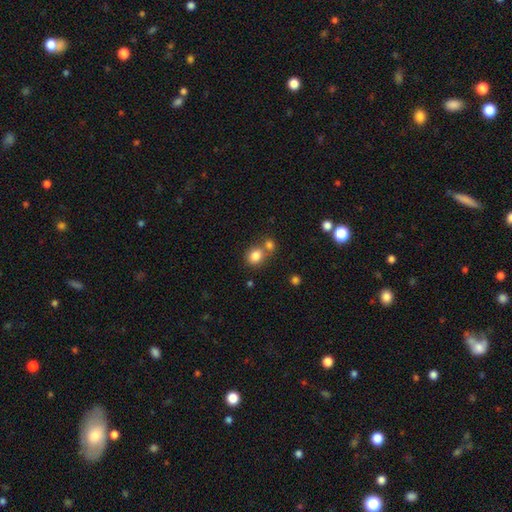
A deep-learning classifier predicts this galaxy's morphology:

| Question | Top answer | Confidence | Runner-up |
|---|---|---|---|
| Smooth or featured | smooth | 82% | star or artifact (11%) |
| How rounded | round | 65% | in between (34%) |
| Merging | none | 53% | merger (35%) |